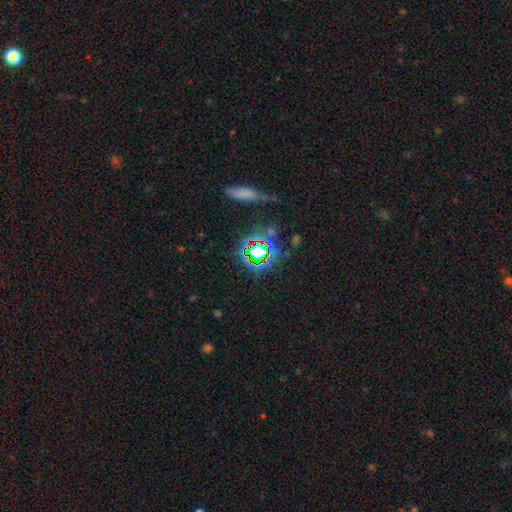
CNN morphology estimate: Smooth or featured?
  - star or artifact: 69% *
  - smooth: 19%
  - featured or disk: 12%